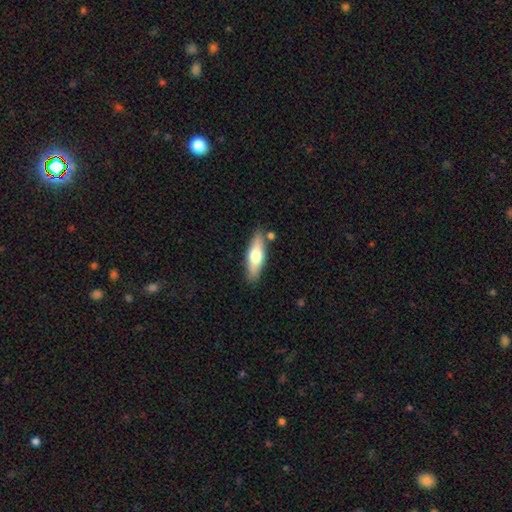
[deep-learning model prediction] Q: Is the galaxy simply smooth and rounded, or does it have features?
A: smooth — 56%.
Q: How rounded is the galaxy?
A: cigar-shaped — 52%.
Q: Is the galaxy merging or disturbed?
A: none — 82%.